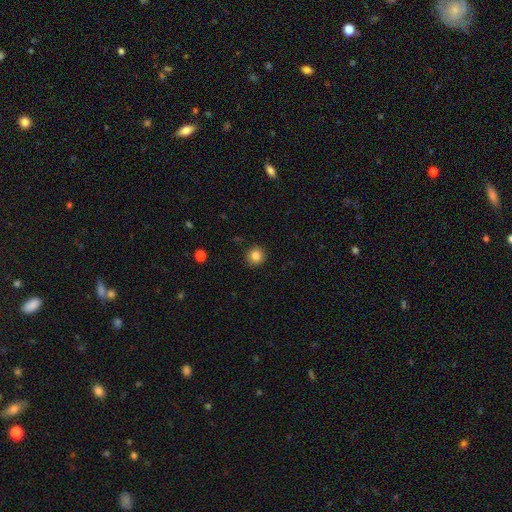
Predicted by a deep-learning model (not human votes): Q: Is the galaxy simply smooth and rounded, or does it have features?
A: smooth — 84%.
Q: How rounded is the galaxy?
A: round — 93%.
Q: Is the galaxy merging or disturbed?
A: none — 91%.